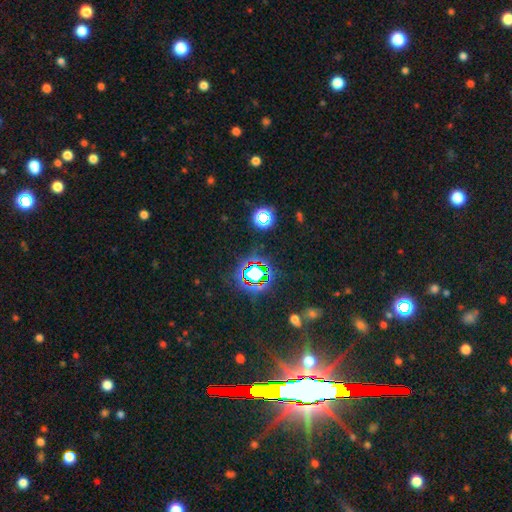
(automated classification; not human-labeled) A star or artifact, not a galaxy (83%).

Vote fractions:
- Smooth or featured? star or artifact: 83% / smooth: 9% / featured or disk: 8%